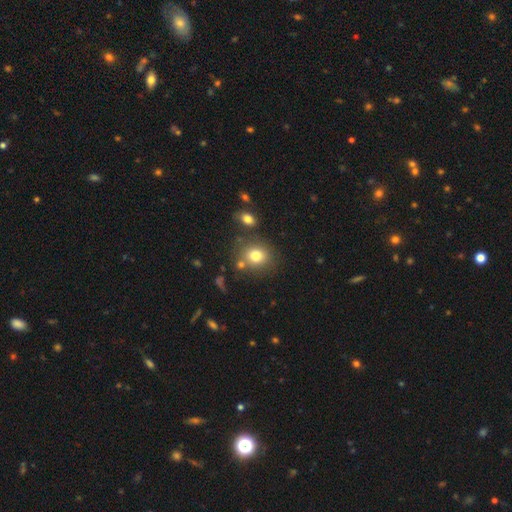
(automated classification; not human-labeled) A smooth galaxy with no disk features (77%) that is round (74%). Merging: none (74%).